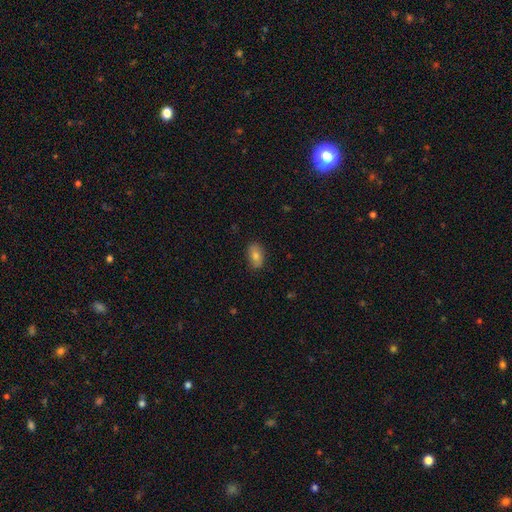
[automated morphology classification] This appears to be a smooth galaxy with no disk features (74%) that is in between round and cigar-shaped (89%). Merging: none (86%).